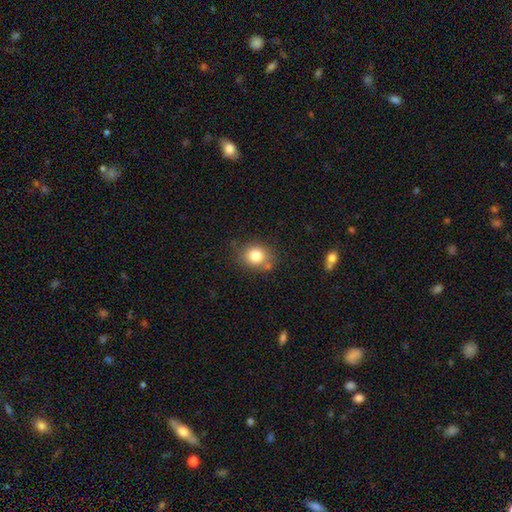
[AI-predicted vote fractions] Smooth or featured? smooth (81%)
How rounded? round (69%)
Merging? none (73%)